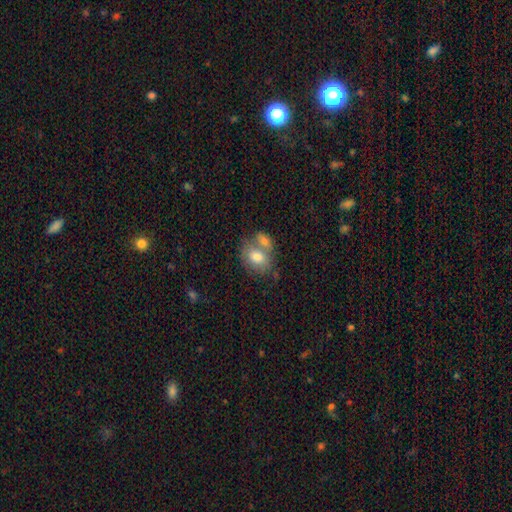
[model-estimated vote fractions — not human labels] smooth_or_featured: smooth (p=0.74) [alt: featured or disk p=0.18]
how_rounded: in between (p=0.67) [alt: round p=0.32]
merging: merger (p=0.49) [alt: none p=0.35]